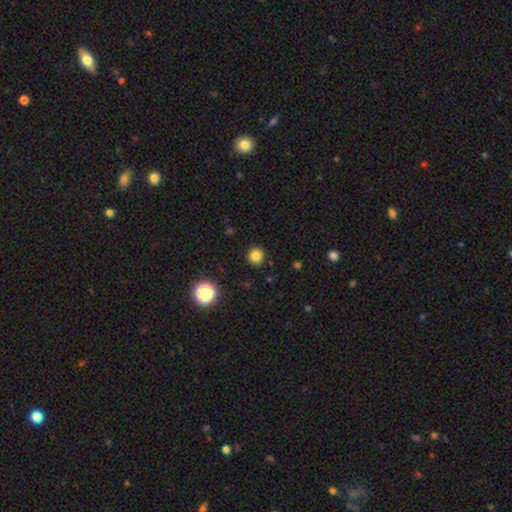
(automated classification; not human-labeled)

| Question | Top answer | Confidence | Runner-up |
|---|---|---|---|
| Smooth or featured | smooth | 81% | star or artifact (13%) |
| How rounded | round | 94% | in between (5%) |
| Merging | none | 92% | minor disturbance (5%) |